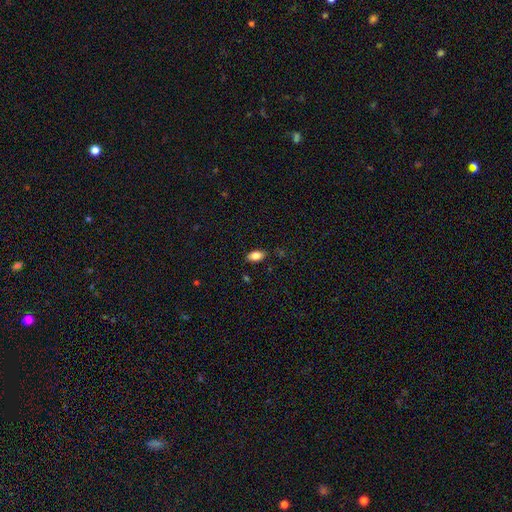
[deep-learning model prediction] This is clearly a smooth galaxy (81%). How rounded: clearly in between (91%). Merging: clearly none (84%).